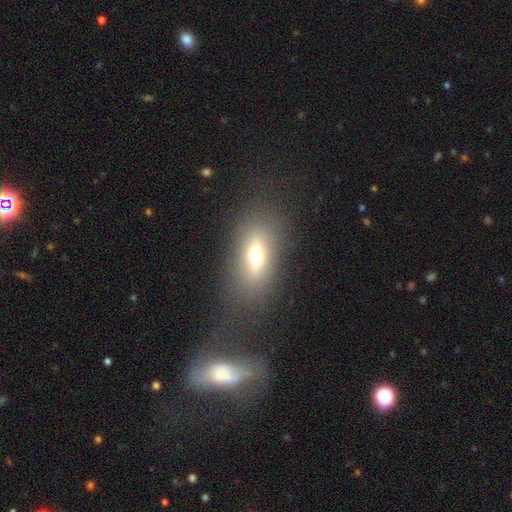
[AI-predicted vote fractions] smooth_or_featured: smooth (p=0.55) [alt: featured or disk p=0.33]
how_rounded: in between (p=0.71) [alt: cigar-shaped p=0.21]
merging: none (p=0.74) [alt: minor disturbance p=0.12]